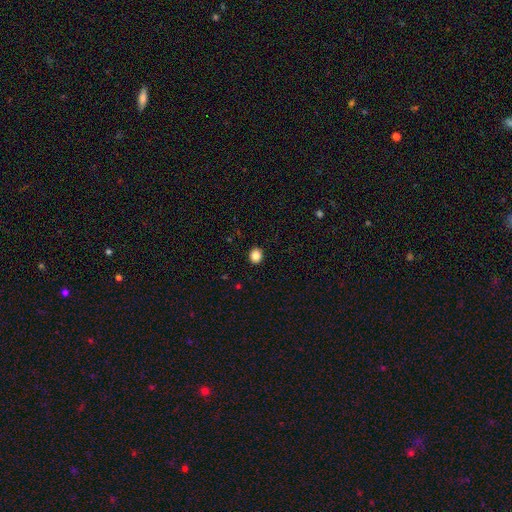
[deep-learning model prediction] Smooth or featured?
  - smooth: 86% *
  - star or artifact: 10%
  - featured or disk: 4%
How rounded?
  - round: 74% *
  - in between: 25%
  - cigar-shaped: 1%
Merging?
  - none: 92% *
  - minor disturbance: 5%
  - major disturbance: 2%
  - merger: 1%